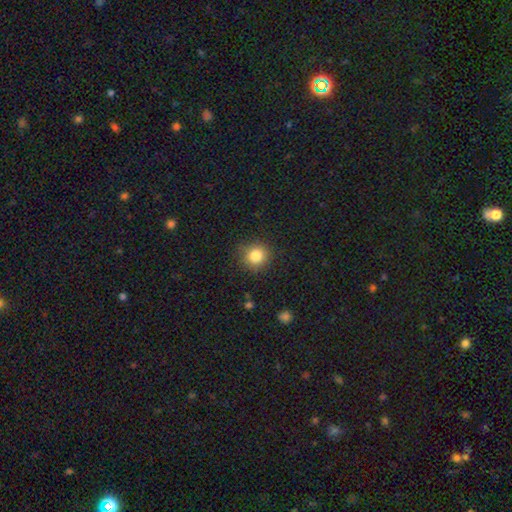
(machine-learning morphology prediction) smooth 83%, star or artifact 12%, featured or disk 6%. Down the decision tree: how rounded — round (92%); merging — none (88%).